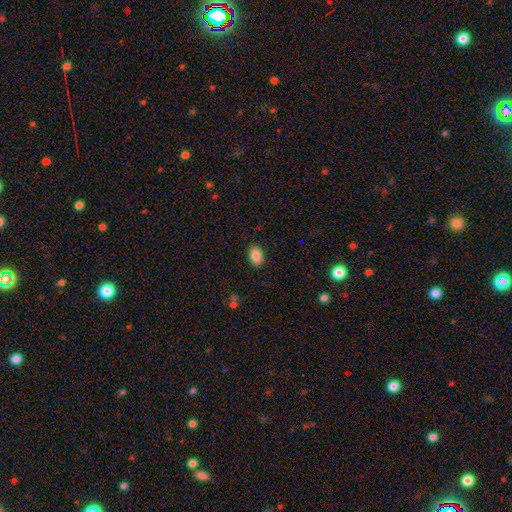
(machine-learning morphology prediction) smooth_or_featured: smooth (p=0.86) [alt: star or artifact p=0.08]
how_rounded: in between (p=0.84) [alt: round p=0.15]
merging: none (p=0.87) [alt: minor disturbance p=0.10]